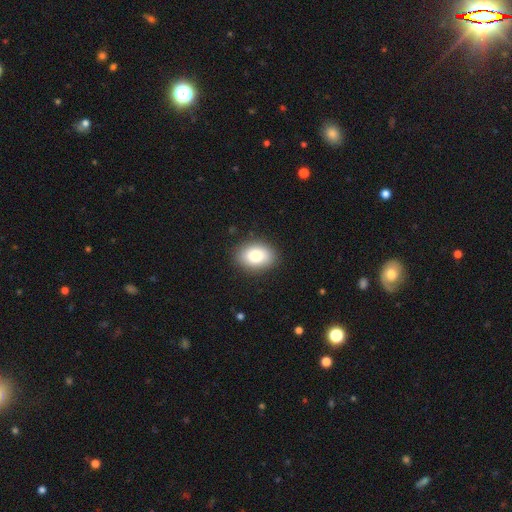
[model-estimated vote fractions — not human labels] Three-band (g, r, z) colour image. It shows a smooth galaxy with no disk features (83%) that is in between round and cigar-shaped (78%). Merging: none (87%).